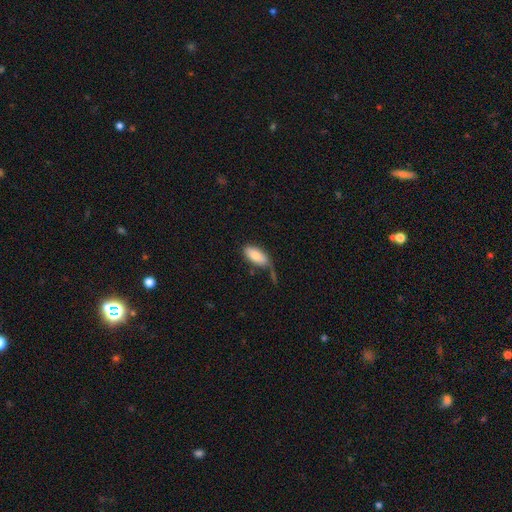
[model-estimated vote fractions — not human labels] Smooth or featured?
  - smooth: 83% *
  - featured or disk: 11%
  - star or artifact: 6%
How rounded?
  - in between: 88% *
  - cigar-shaped: 10%
  - round: 2%
Merging?
  - none: 51% *
  - minor disturbance: 27%
  - major disturbance: 12%
  - merger: 11%